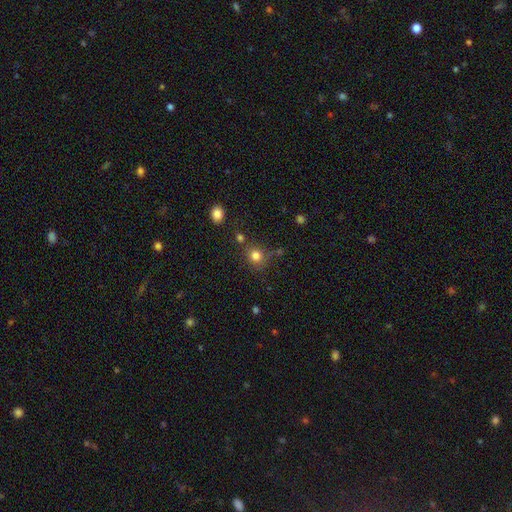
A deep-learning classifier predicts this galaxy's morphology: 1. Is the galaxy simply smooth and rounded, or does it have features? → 81% smooth, 13% star or artifact, 6% featured or disk.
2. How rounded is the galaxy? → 85% round, 14% in between, 1% cigar-shaped.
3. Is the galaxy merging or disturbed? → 75% none, 13% minor disturbance, 8% merger, 5% major disturbance.